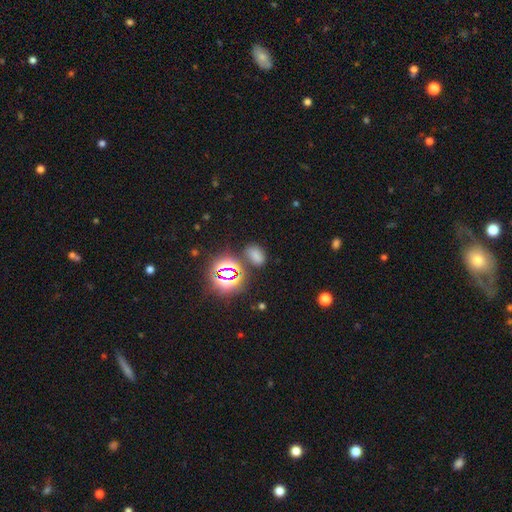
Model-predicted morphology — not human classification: Overall: smooth (62%; star or artifact 31%). How rounded: in between (82%). Merging: none (74%).